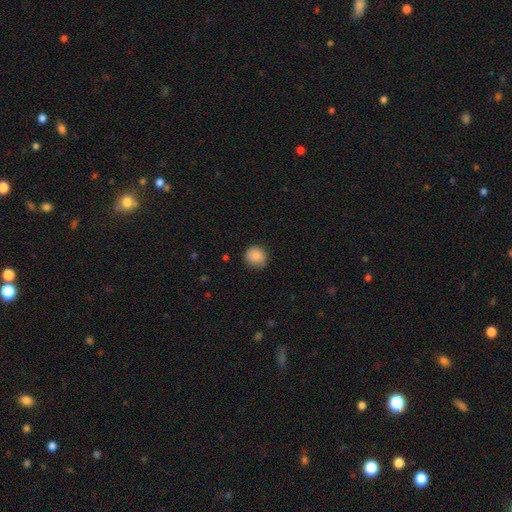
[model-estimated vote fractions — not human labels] smooth-or-featured: smooth: 86% | star or artifact: 8% | featured or disk: 6%
  how-rounded: round: 86% | in between: 13% | cigar-shaped: 1%
  merging: none: 78% | minor disturbance: 18% | major disturbance: 3% | merger: 1%